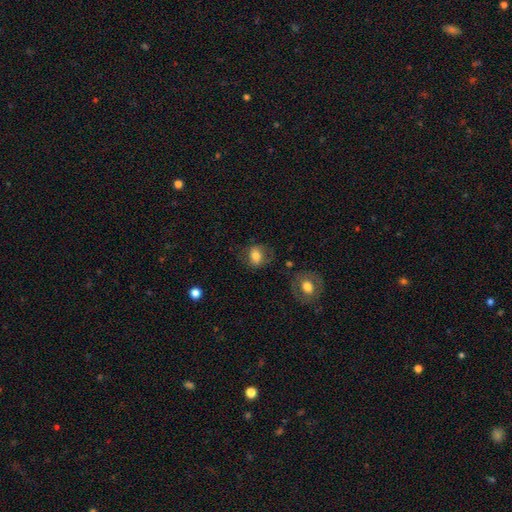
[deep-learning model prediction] Morphology: type=smooth (73%); roundness=round (52%); merging=none (66%).